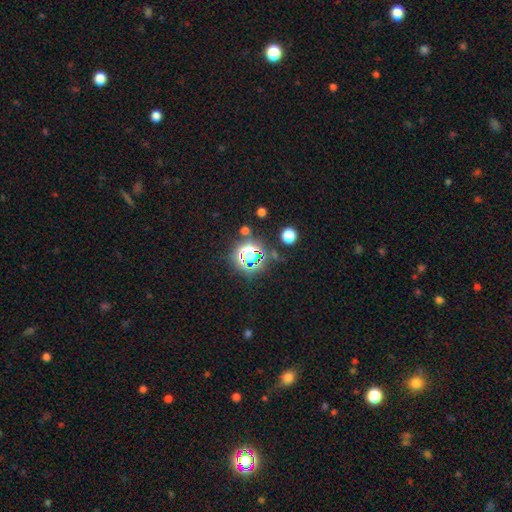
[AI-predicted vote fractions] smooth-or-featured: star or artifact: 77% | smooth: 15% | featured or disk: 7%